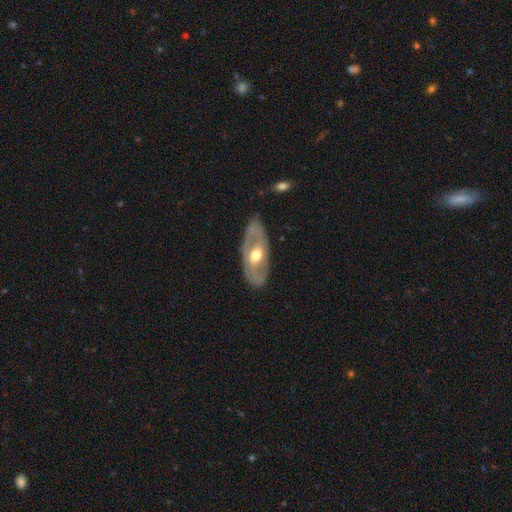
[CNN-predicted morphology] This is likely a featured or disk galaxy (71%). It is clearly not viewed edge-on (84%). Bar: likely no (63%). Spiral arm pattern: possibly no (55%). Central bulge: likely moderate (75%). Merging: likely none (78%).